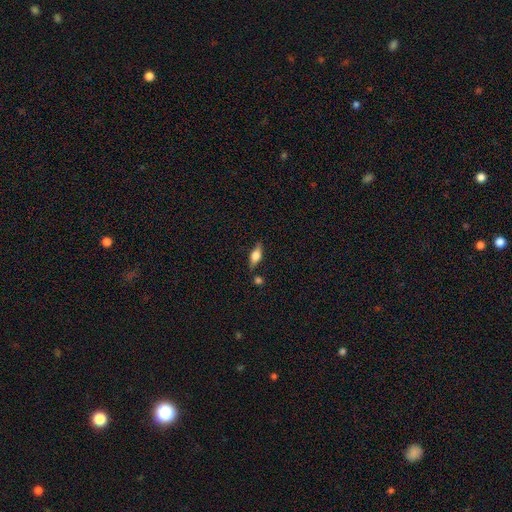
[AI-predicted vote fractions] This is possibly a smooth galaxy (48%). Merging: likely none (75%).